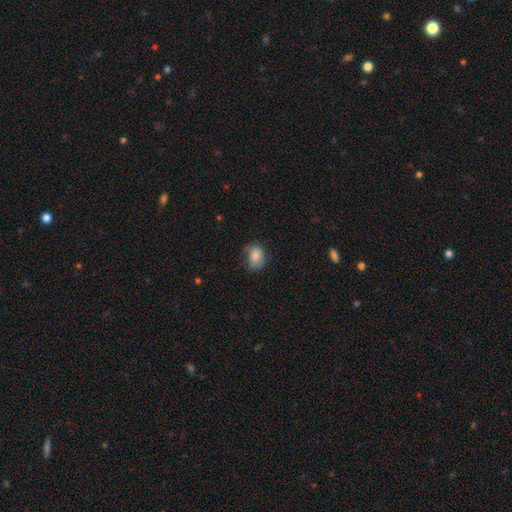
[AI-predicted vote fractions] Smooth or featured? Predicted: smooth (p=0.83). How rounded? Predicted: in between (p=0.67). Merging? Predicted: none (p=0.59).